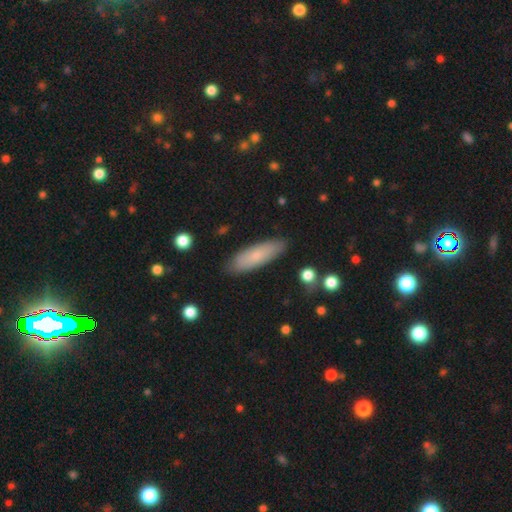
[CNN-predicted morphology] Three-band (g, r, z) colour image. It shows a smooth galaxy with no disk features (75%) that is cigar-shaped (52%). Merging: none (86%).